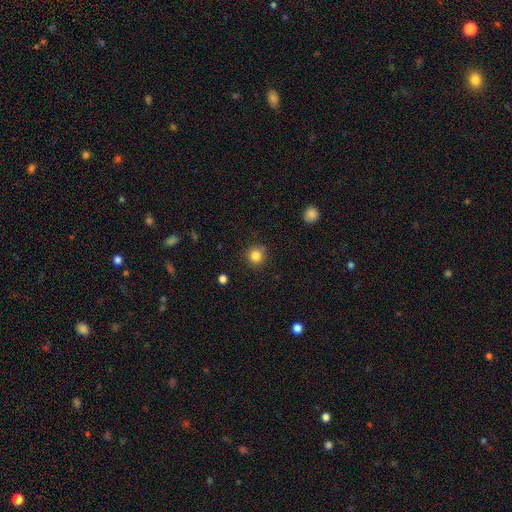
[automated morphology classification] This is clearly a smooth galaxy (84%). How rounded: clearly round (91%). Merging: clearly none (82%).